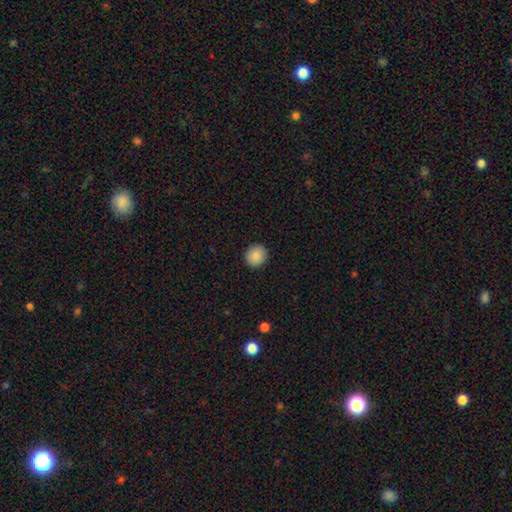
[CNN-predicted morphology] Smooth or featured? Predicted: smooth (p=0.89). How rounded? Predicted: round (p=0.88). Merging? Predicted: none (p=0.92).